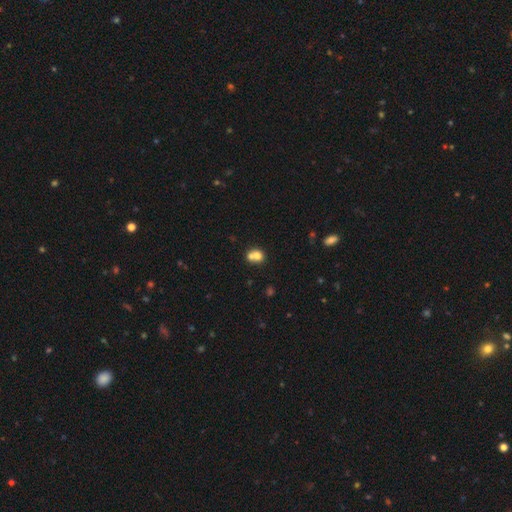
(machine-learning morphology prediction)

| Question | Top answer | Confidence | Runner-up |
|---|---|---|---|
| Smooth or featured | smooth | 71% | featured or disk (18%) |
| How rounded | round | 69% | in between (30%) |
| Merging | merger | 59% | none (31%) |